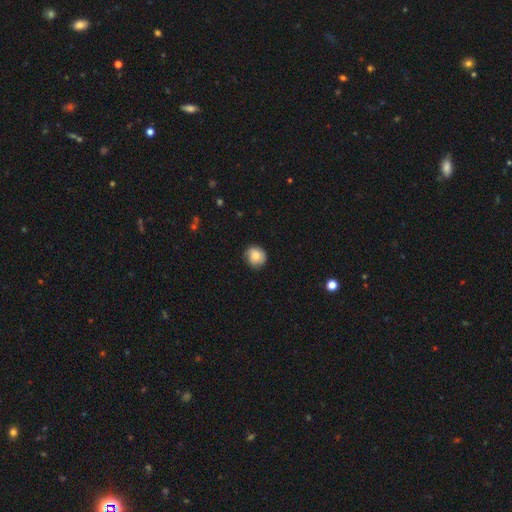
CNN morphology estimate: Smooth or featured?
  - smooth: 82% *
  - featured or disk: 11%
  - star or artifact: 8%
How rounded?
  - round: 83% *
  - in between: 16%
  - cigar-shaped: 1%
Merging?
  - none: 78% *
  - minor disturbance: 18%
  - major disturbance: 3%
  - merger: 1%